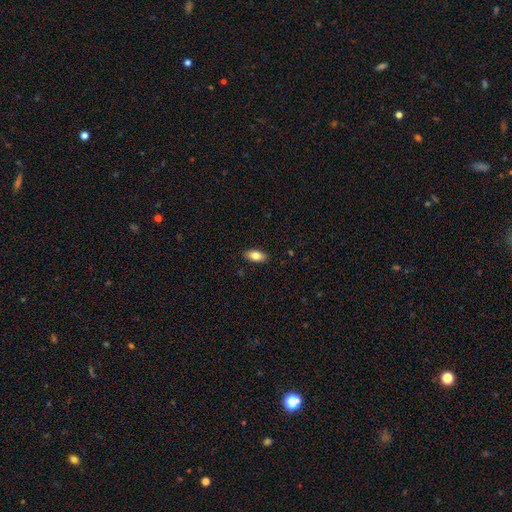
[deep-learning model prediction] smooth 82%, featured or disk 11%, star or artifact 7%. Down the decision tree: how rounded — in between (89%); merging — none (89%).